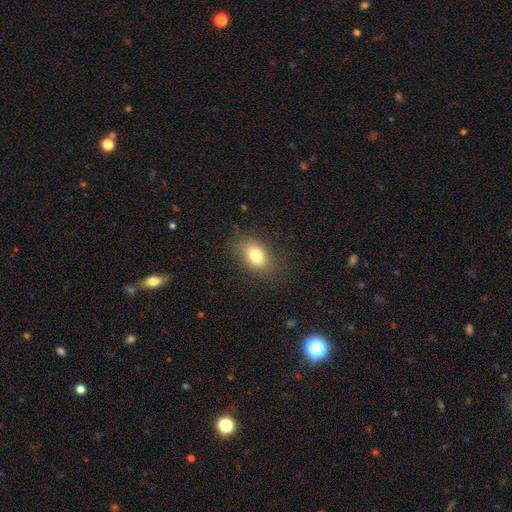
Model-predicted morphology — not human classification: This is likely a smooth galaxy (78%). How rounded: likely in between (80%). Merging: clearly none (81%).